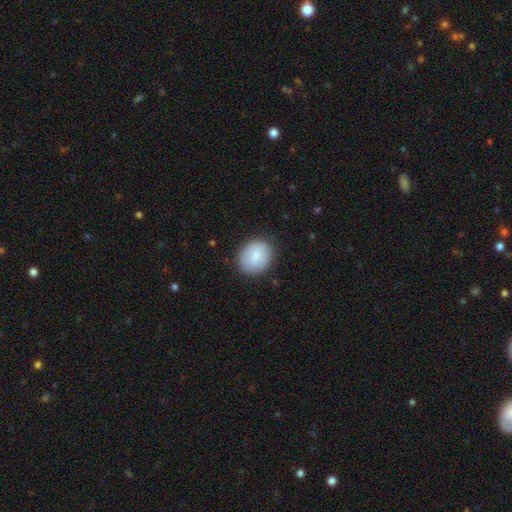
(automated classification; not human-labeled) This is clearly a smooth galaxy (82%). How rounded: likely round (61%). Merging: clearly none (86%).